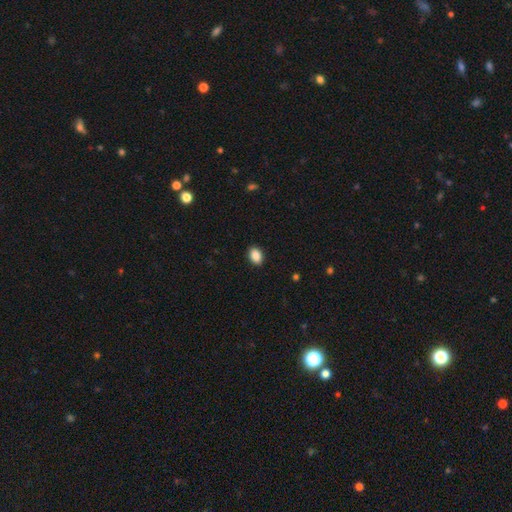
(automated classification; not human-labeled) Smooth or featured: smooth — 89% (star or artifact — 8%)
How rounded: in between — 82% (round — 17%)
Merging: none — 90% (minor disturbance — 8%)